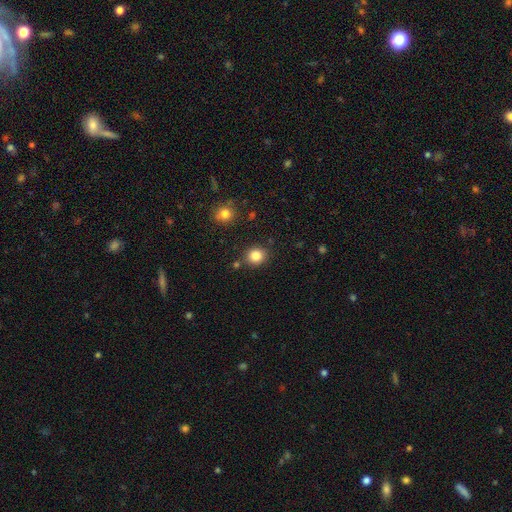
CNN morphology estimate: This appears to be a smooth galaxy with no disk features (85%) that is round (84%). Merging: none (85%).